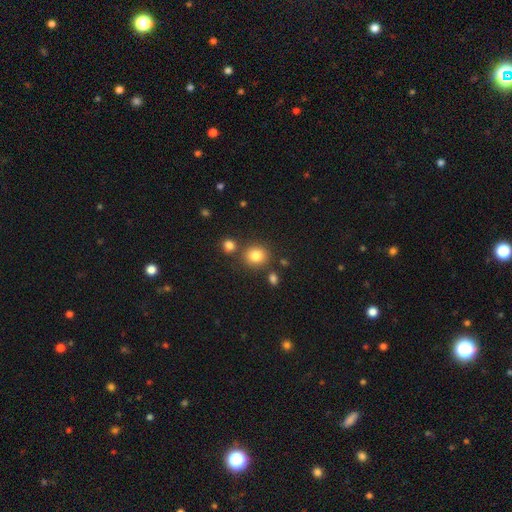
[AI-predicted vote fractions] smooth_or_featured: smooth (p=0.82) [alt: star or artifact p=0.11]
how_rounded: round (p=0.81) [alt: in between p=0.18]
merging: none (p=0.77) [alt: merger p=0.11]